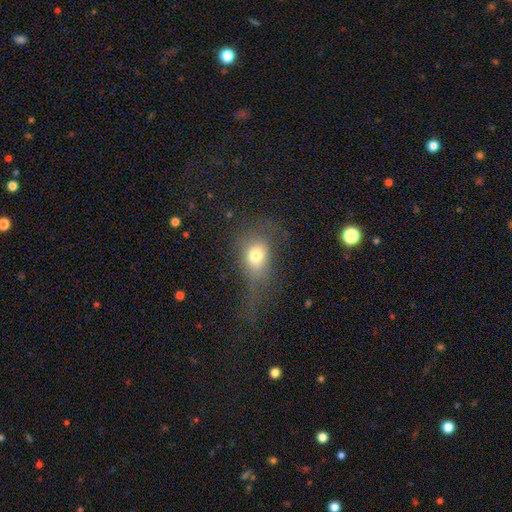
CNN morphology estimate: smooth-or-featured: smooth: 70% | featured or disk: 17% | star or artifact: 13%
  how-rounded: in between: 56% | round: 41% | cigar-shaped: 3%
  merging: major disturbance: 38% | none: 36% | minor disturbance: 22% | merger: 3%